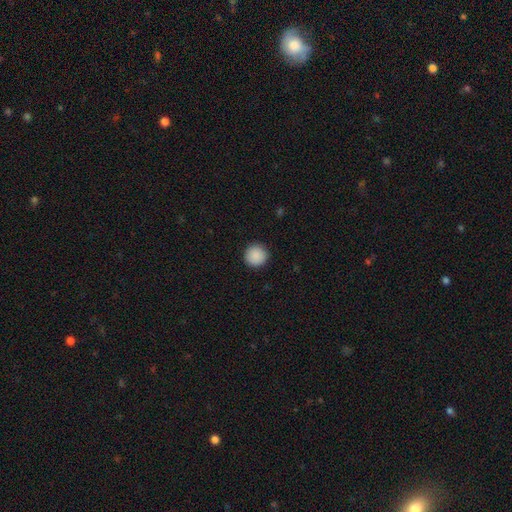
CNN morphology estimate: Smooth or featured? smooth (90%)
How rounded? round (95%)
Merging? none (92%)